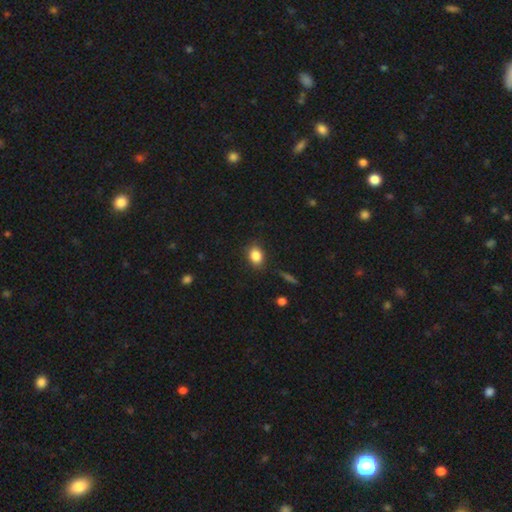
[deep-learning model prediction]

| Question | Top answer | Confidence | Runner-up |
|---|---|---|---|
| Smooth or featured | smooth | 84% | star or artifact (10%) |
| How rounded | in between | 60% | round (38%) |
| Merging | none | 83% | minor disturbance (13%) |